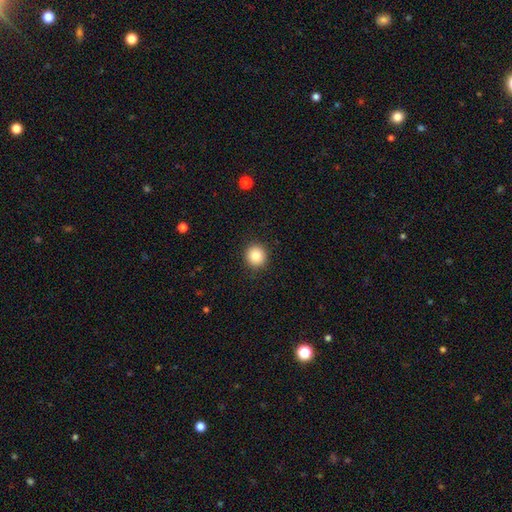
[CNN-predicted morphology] This is clearly a smooth galaxy (84%). How rounded: clearly round (92%). Merging: clearly none (91%).